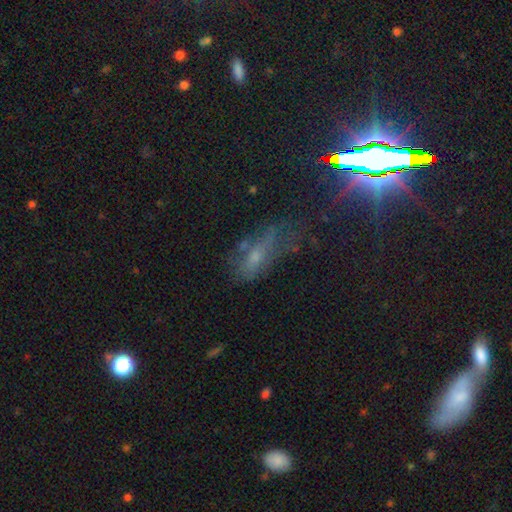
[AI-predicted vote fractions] A smooth galaxy with no disk features (38%).

Vote fractions:
- Smooth or featured? smooth: 38% / featured or disk: 33% / star or artifact: 29%
- Merging? none: 43% / minor disturbance: 26% / major disturbance: 25% / merger: 6%